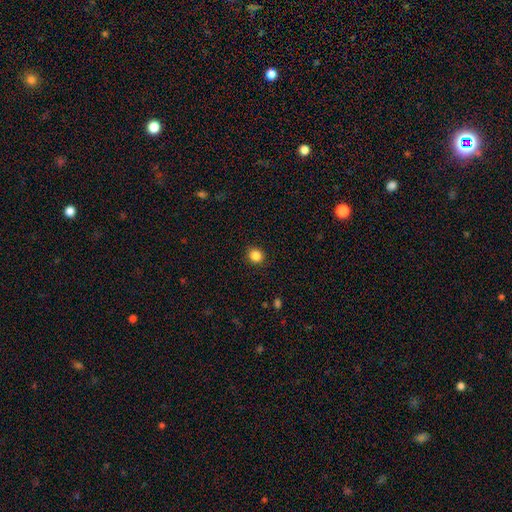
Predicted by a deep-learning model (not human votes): This appears to be a smooth galaxy with no disk features (85%) that is round (89%). Merging: none (91%).